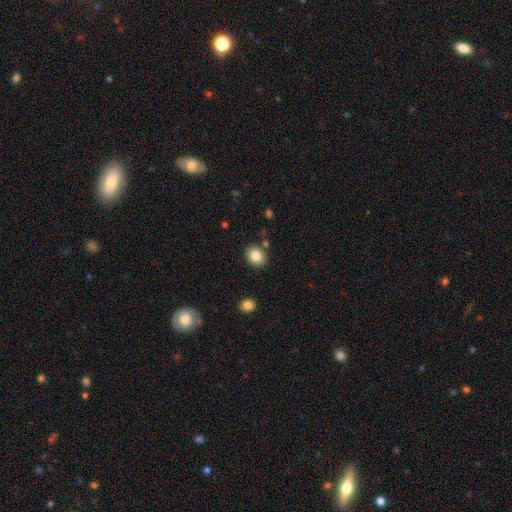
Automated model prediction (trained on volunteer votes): This is clearly a smooth galaxy (83%). How rounded: likely round (64%). Merging: clearly none (84%).